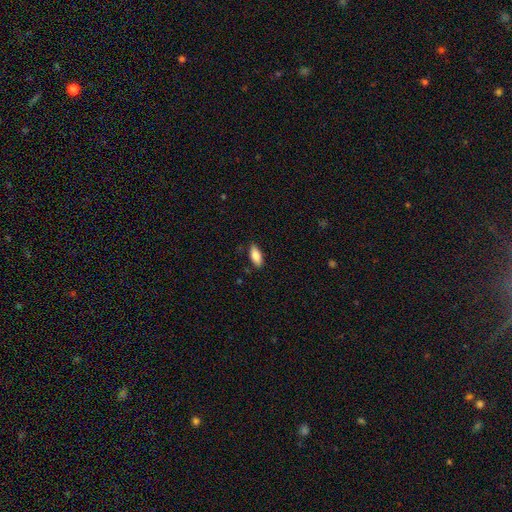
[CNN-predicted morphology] Smooth or featured? Predicted: smooth (p=0.85). How rounded? Predicted: in between (p=0.82). Merging? Predicted: none (p=0.85).